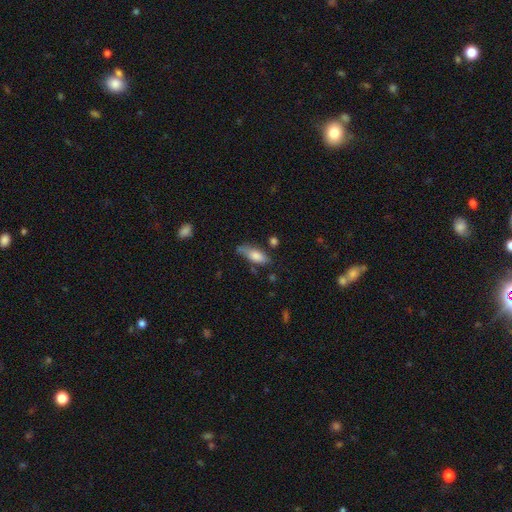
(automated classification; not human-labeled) This appears to be a smooth galaxy with no disk features (75%) that is in between round and cigar-shaped (71%). Merging: none (54%).